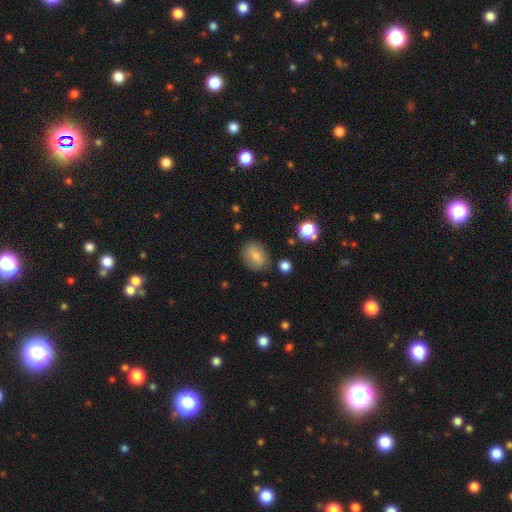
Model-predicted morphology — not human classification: Smooth or featured? smooth (76%)
How rounded? in between (55%)
Merging? none (81%)